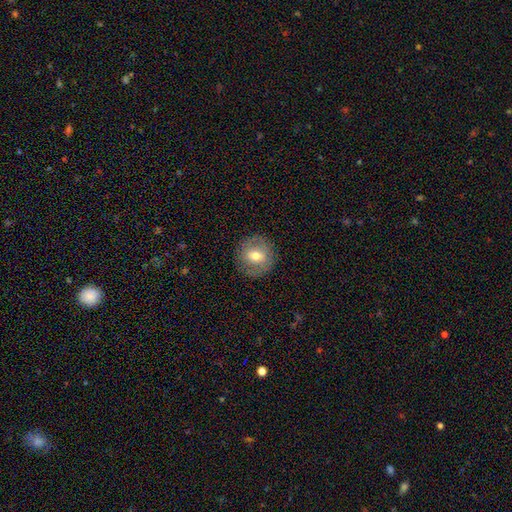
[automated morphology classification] Smooth or featured? Predicted: smooth (p=0.60). How rounded? Predicted: round (p=0.89). Merging? Predicted: none (p=0.86).